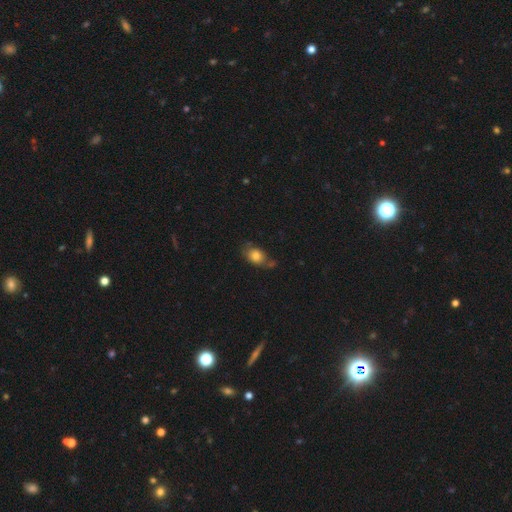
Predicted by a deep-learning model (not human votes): This appears to be a smooth galaxy with no disk features (77%) that is in between round and cigar-shaped (68%). Merging: none (51%).